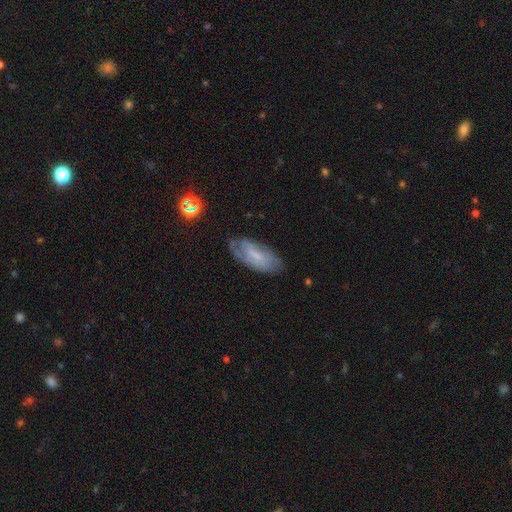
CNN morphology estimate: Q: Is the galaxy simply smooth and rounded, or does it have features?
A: featured or disk — 53%.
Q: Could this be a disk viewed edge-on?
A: no — 88%.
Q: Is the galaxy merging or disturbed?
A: none — 65%.